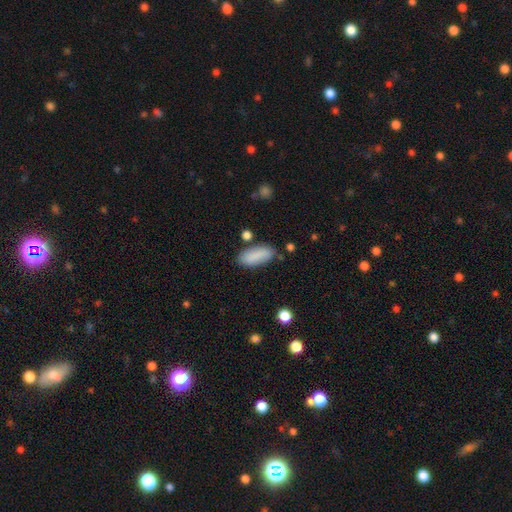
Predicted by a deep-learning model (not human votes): smooth_or_featured: smooth (p=0.88) [alt: star or artifact p=0.06]
how_rounded: in between (p=0.79) [alt: cigar-shaped p=0.19]
merging: none (p=0.79) [alt: minor disturbance p=0.13]